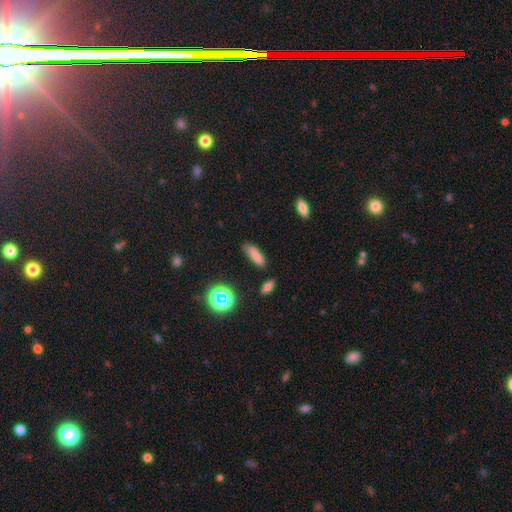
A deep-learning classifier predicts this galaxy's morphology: smooth_or_featured: smooth (p=0.78) [alt: star or artifact p=0.14]
how_rounded: cigar-shaped (p=0.49) [alt: in between p=0.47]
merging: none (p=0.78) [alt: minor disturbance p=0.15]